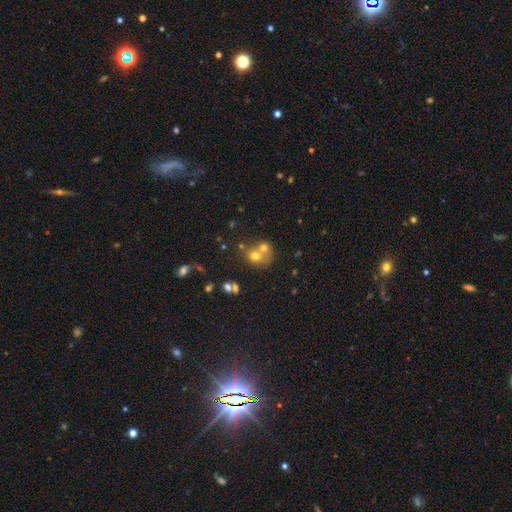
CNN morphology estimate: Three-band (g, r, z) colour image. It shows a smooth galaxy with no disk features (64%) that is round (69%). Merging: merger (59%).